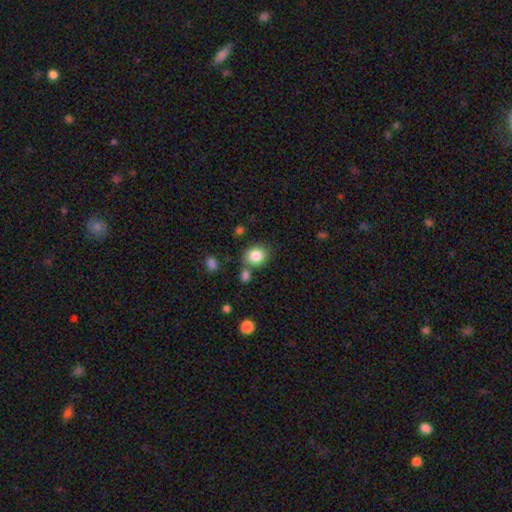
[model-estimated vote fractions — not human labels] Overall: smooth (84%). How rounded: round (66%; in between 33%). Merging: none (71%).